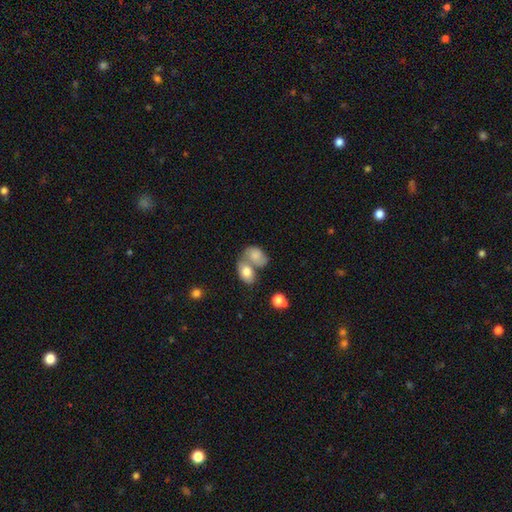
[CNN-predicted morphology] This is likely a smooth galaxy (73%). How rounded: likely in between (77%). Merging: likely merger (61%).